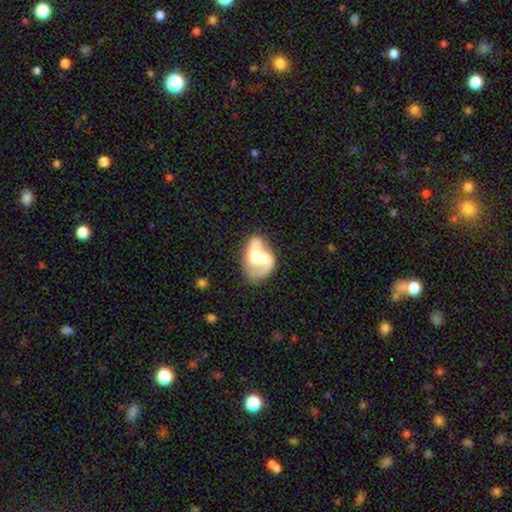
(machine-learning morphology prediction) smooth-or-featured: featured or disk: 50% | smooth: 43% | star or artifact: 7%
  merging: merger: 69% | none: 14% | major disturbance: 9% | minor disturbance: 8%